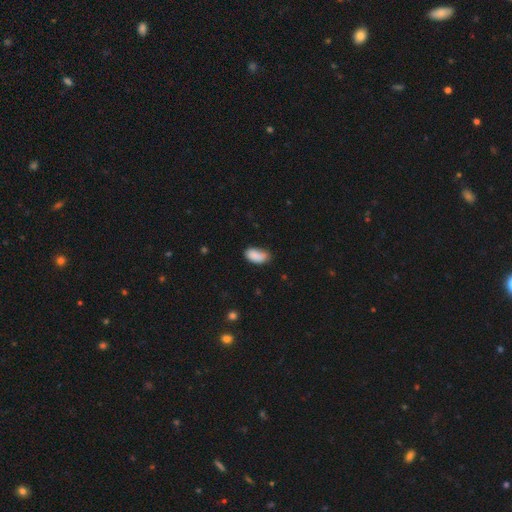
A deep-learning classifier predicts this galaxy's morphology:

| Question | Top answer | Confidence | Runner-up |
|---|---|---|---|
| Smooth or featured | smooth | 87% | star or artifact (8%) |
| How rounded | in between | 94% | round (4%) |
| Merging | none | 57% | minor disturbance (33%) |